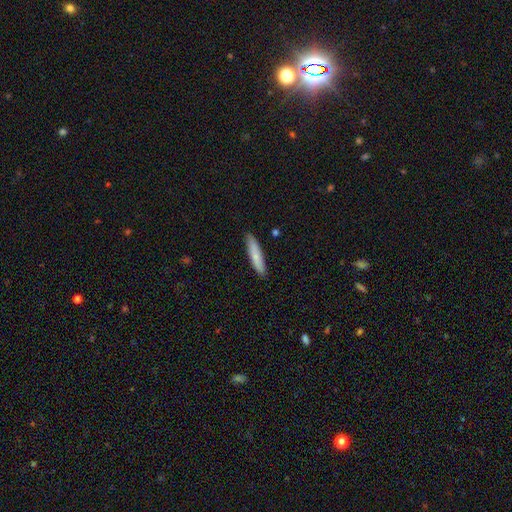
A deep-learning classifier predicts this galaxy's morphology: Overall: smooth (77%). How rounded: cigar-shaped (86%). Merging: none (89%).